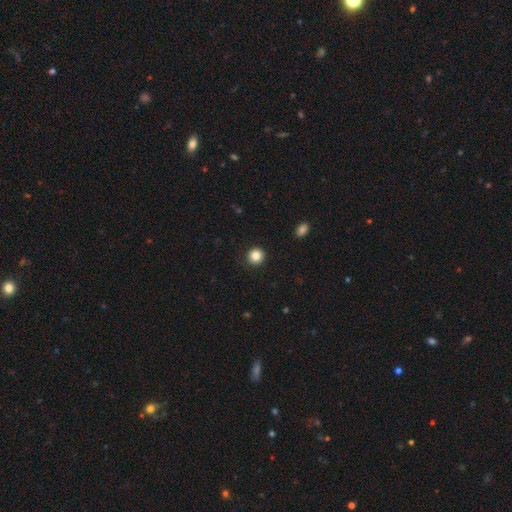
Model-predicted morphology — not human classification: This appears to be a smooth galaxy with no disk features (86%) that is round (93%). Merging: none (91%).